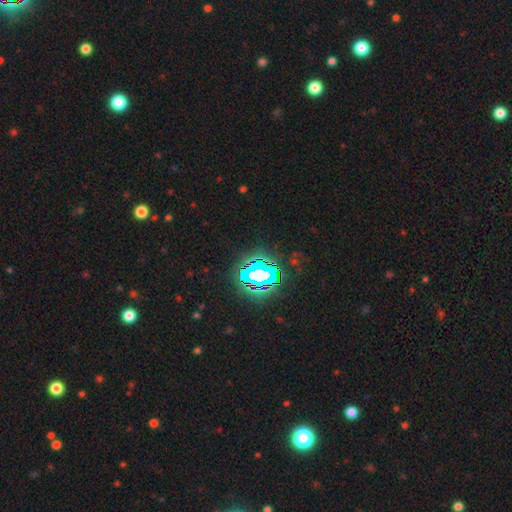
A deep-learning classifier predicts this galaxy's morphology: This appears to be a star or artifact, not a galaxy (83%).